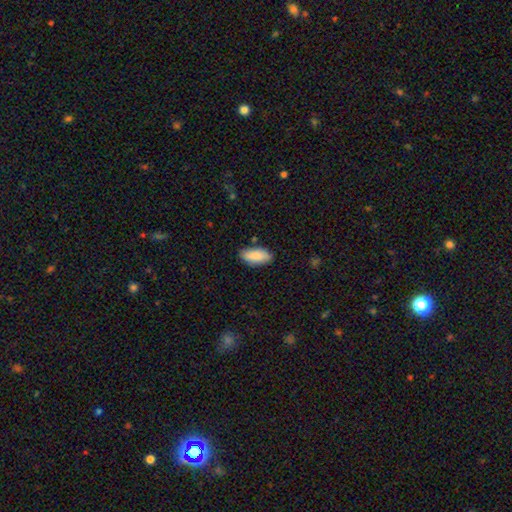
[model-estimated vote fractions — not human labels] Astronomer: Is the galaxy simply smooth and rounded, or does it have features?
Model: smooth — 87%.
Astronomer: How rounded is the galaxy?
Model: in between — 88%.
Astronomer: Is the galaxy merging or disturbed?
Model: none — 83%.